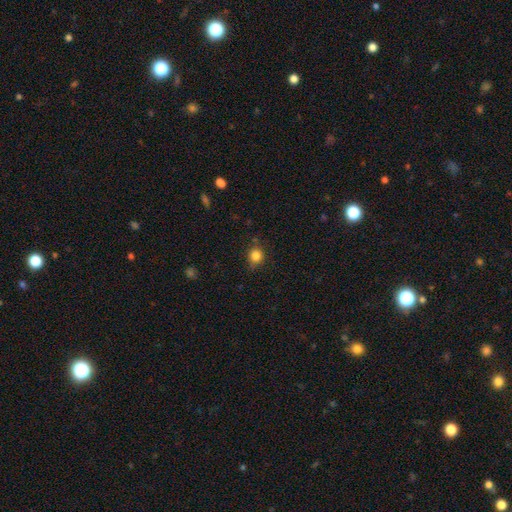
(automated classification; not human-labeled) smooth 84%, star or artifact 11%, featured or disk 5%. Down the decision tree: how rounded — round (82%); merging — none (75%).